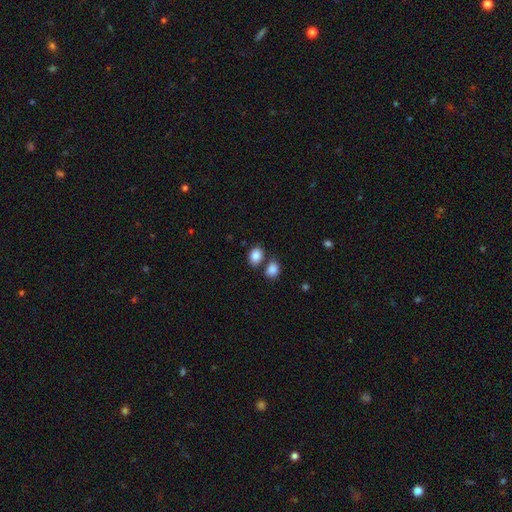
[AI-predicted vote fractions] A smooth galaxy with no disk features (86%) that is in between round and cigar-shaped (66%). Merging: none (62%).